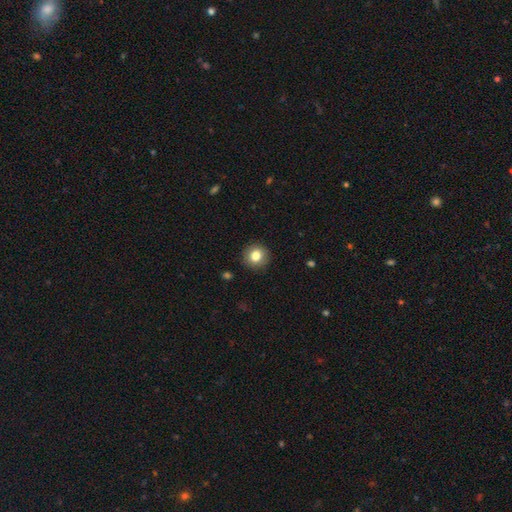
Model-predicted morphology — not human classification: This appears to be a smooth galaxy with no disk features (82%) that is round (92%). Merging: none (91%).